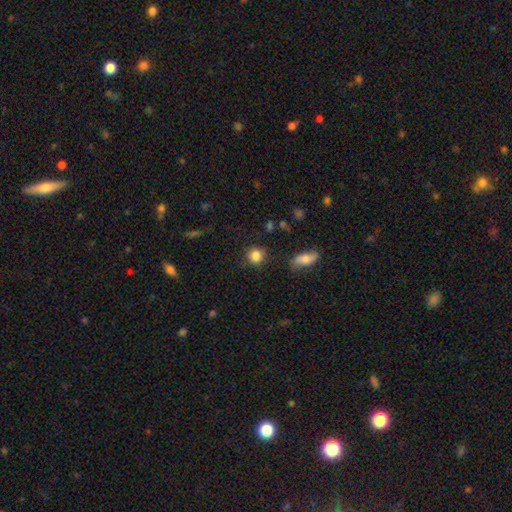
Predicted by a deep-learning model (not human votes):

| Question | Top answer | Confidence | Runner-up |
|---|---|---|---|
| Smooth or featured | smooth | 85% | star or artifact (10%) |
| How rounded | round | 88% | in between (11%) |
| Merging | none | 81% | minor disturbance (12%) |